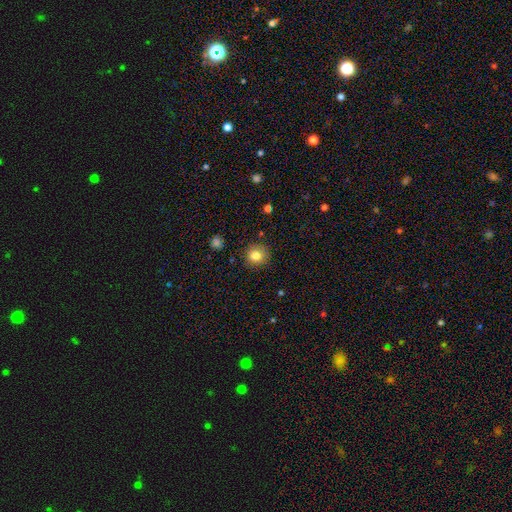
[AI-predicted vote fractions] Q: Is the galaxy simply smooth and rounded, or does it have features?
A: smooth — 82%.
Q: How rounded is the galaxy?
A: round — 91%.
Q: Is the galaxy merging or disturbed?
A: none — 90%.